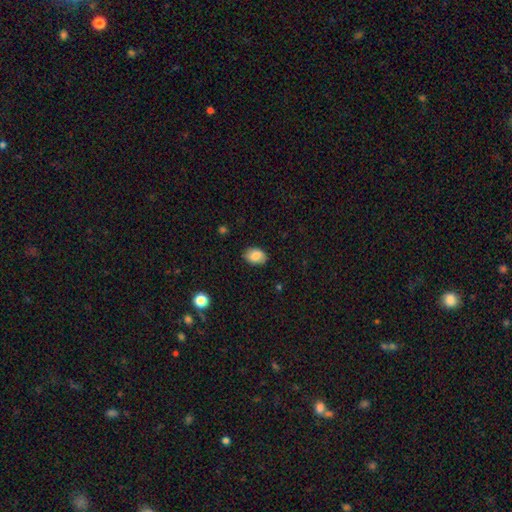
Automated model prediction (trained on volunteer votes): This is clearly a smooth galaxy (84%). How rounded: likely in between (80%). Merging: clearly none (85%).